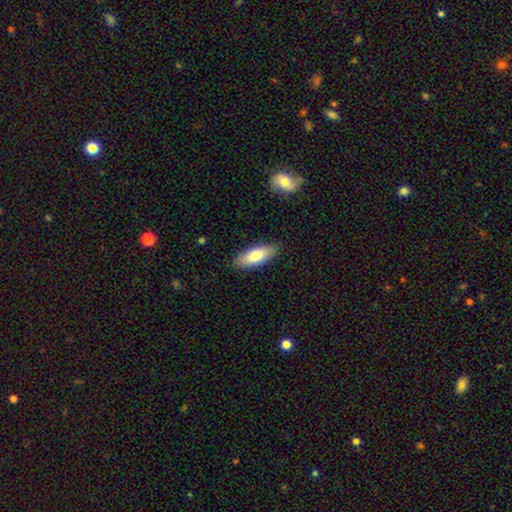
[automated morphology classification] Smooth or featured? smooth (77%)
How rounded? in between (75%)
Merging? none (87%)